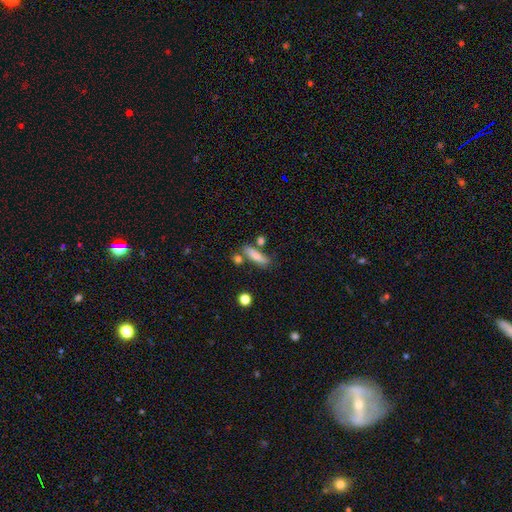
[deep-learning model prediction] Smooth or featured? smooth (74%)
How rounded? cigar-shaped (66%)
Merging? none (62%)